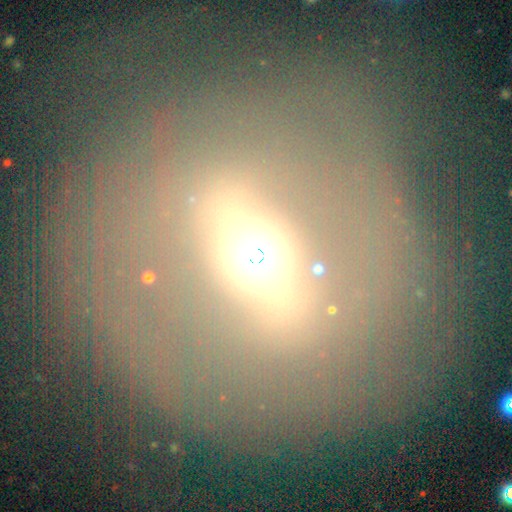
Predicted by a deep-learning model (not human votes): Q: Smooth or featured?
A: smooth (40%); runner-up: featured or disk (34%)
Q: Merging?
A: none (74%); runner-up: minor disturbance (11%)